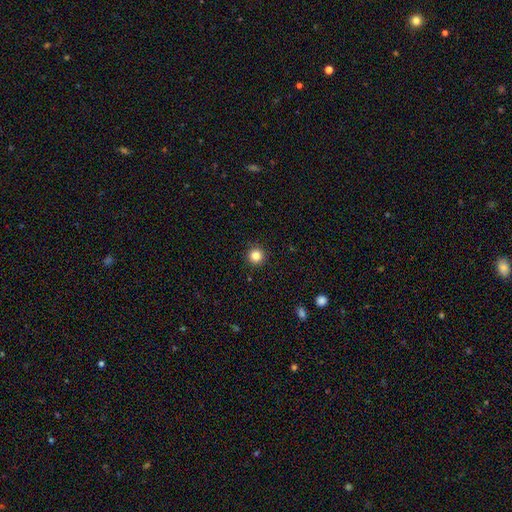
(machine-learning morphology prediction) smooth-or-featured: smooth: 84% | star or artifact: 12% | featured or disk: 4%
  how-rounded: round: 96% | in between: 3% | cigar-shaped: 1%
  merging: none: 93% | minor disturbance: 5% | major disturbance: 2% | merger: 1%